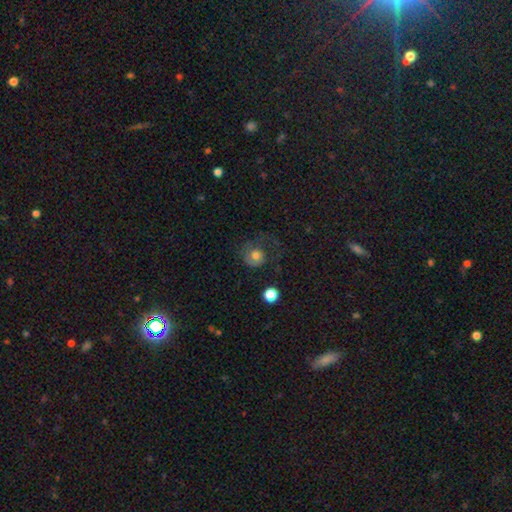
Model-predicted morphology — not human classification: Q: Smooth or featured?
A: smooth (65%); runner-up: featured or disk (26%)
Q: How rounded?
A: round (80%); runner-up: in between (19%)
Q: Merging?
A: major disturbance (40%); runner-up: none (37%)